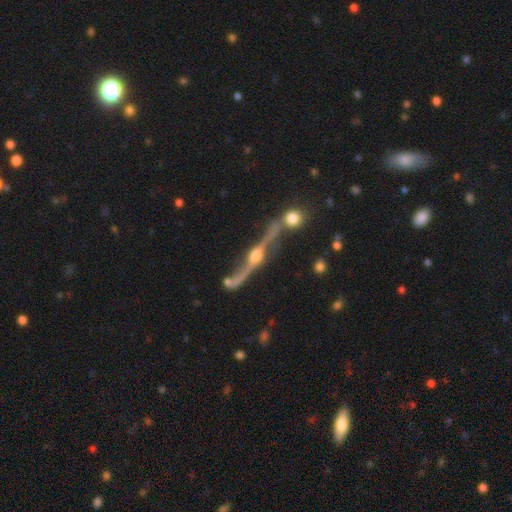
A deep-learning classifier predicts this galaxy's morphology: The model was most divided on "merging": none: 54%, merger: 20%, minor disturbance: 16%, major disturbance: 9%. More confident: edge-on bulge — rounded (95%); smooth or featured — featured or disk (88%); edge-on disk — yes (79%).